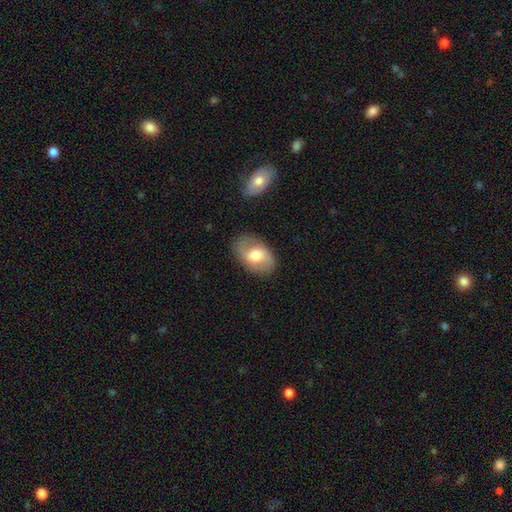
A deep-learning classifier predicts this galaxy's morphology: A smooth galaxy with no disk features (51%) that is in between round and cigar-shaped (86%).

Vote fractions:
- Smooth or featured? smooth: 51% / featured or disk: 43% / star or artifact: 6%
- How rounded? in between: 86% / round: 12% / cigar-shaped: 1%
- Merging? none: 79% / minor disturbance: 14% / major disturbance: 5% / merger: 2%